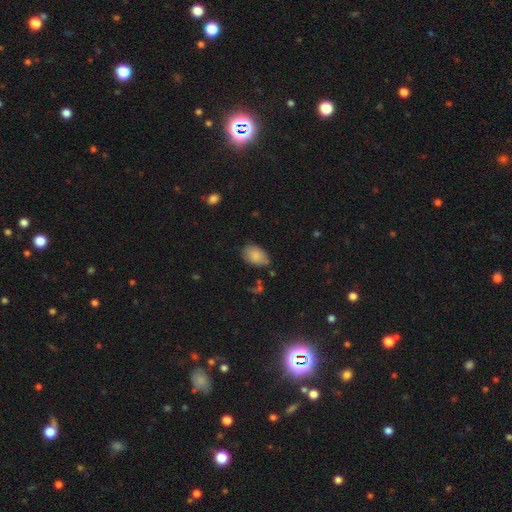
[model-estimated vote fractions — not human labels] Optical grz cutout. It shows a smooth galaxy with no disk features (85%) that is in between round and cigar-shaped (89%). Merging: none (70%).